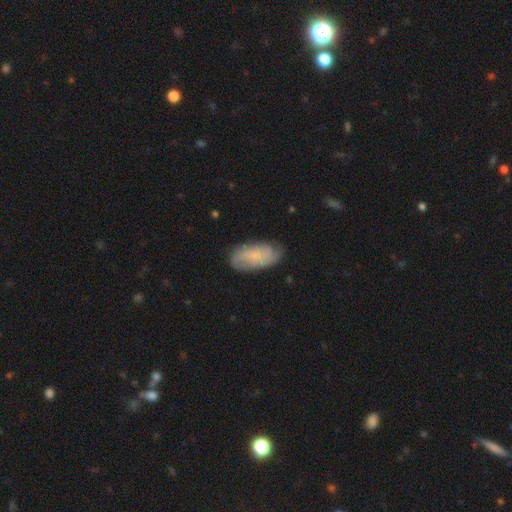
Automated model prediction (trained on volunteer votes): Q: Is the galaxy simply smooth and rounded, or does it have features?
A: featured or disk — 50%.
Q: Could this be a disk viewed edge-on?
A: no — 94%.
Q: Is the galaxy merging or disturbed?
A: none — 71%.